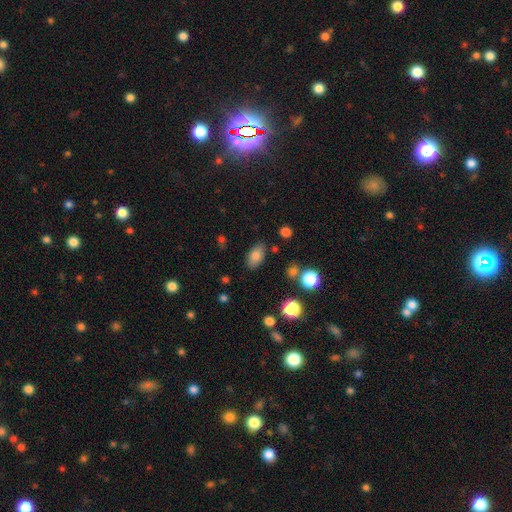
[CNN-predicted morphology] smooth_or_featured: smooth (p=0.79) [alt: featured or disk p=0.11]
how_rounded: in between (p=0.90) [alt: round p=0.07]
merging: none (p=0.82) [alt: minor disturbance p=0.12]